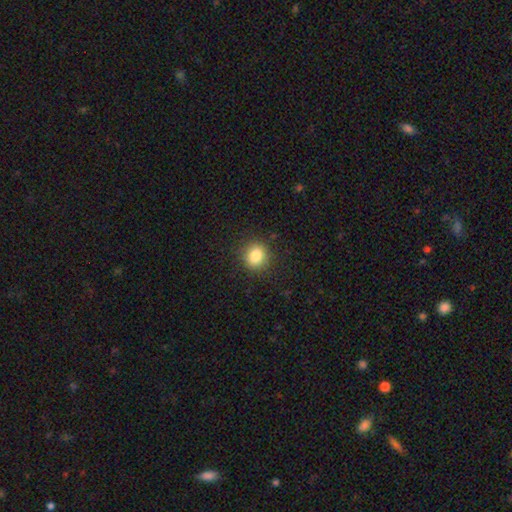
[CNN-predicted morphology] Overall: smooth (84%). How rounded: round (83%). Merging: none (89%).